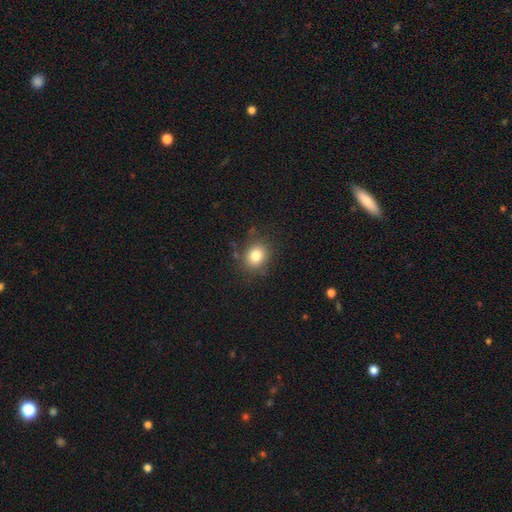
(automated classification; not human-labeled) smooth_or_featured: smooth (p=0.81) [alt: star or artifact p=0.11]
how_rounded: round (p=0.67) [alt: in between p=0.32]
merging: none (p=0.81) [alt: minor disturbance p=0.13]